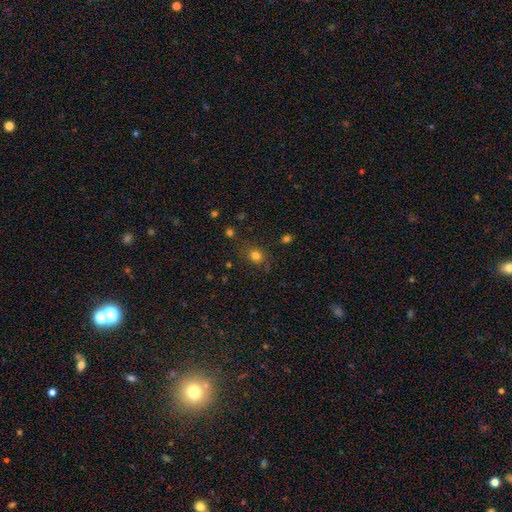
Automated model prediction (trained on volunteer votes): Smooth or featured?
  - smooth: 78% *
  - star or artifact: 15%
  - featured or disk: 7%
How rounded?
  - round: 63% *
  - in between: 36%
  - cigar-shaped: 1%
Merging?
  - none: 77% *
  - minor disturbance: 15%
  - major disturbance: 5%
  - merger: 3%